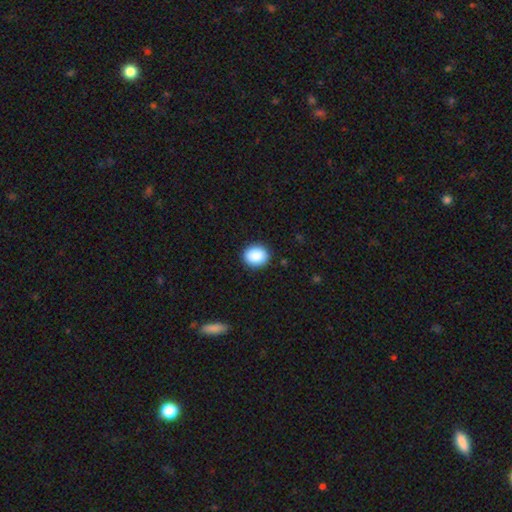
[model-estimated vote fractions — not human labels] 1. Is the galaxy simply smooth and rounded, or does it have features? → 89% smooth, 8% star or artifact, 3% featured or disk.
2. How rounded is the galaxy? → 65% round, 34% in between, 1% cigar-shaped.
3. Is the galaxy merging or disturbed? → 90% none, 7% minor disturbance, 2% major disturbance, 1% merger.